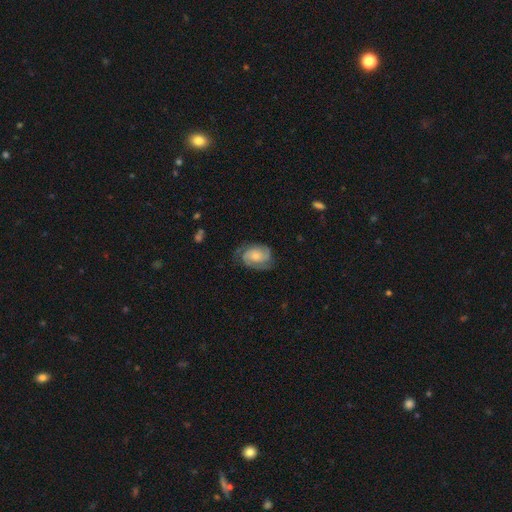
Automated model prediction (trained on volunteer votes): Smooth or featured? featured or disk (70%)
Edge-on disk? no (97%)
Bar? no (69%)
Spiral arms? yes (93%)
Spiral winding? tight (43%)
Spiral arm count? 2 (71%)
Bulge size? moderate (41%, tied with small)
Merging? none (68%)